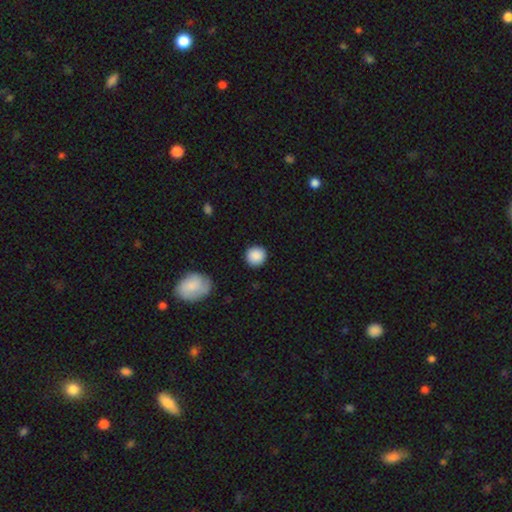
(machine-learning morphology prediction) A smooth galaxy with no disk features (89%) that is round (93%).

Vote fractions:
- Smooth or featured? smooth: 89% / star or artifact: 8% / featured or disk: 4%
- How rounded? round: 93% / in between: 6% / cigar-shaped: 1%
- Merging? none: 90% / minor disturbance: 7% / major disturbance: 2% / merger: 1%